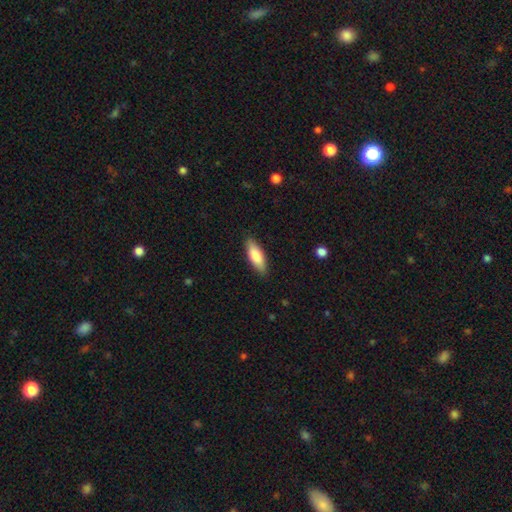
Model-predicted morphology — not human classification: This is clearly a smooth galaxy (80%). How rounded: likely in between (62%). Merging: clearly none (87%).